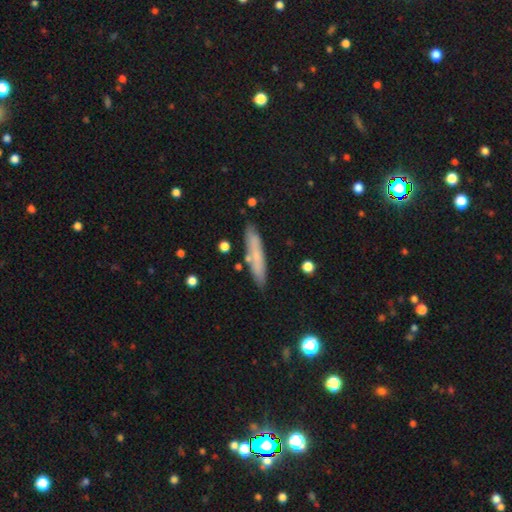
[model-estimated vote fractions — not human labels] smooth 65%, featured or disk 27%, star or artifact 8%. Down the decision tree: how rounded — cigar-shaped (89%); merging — none (83%).